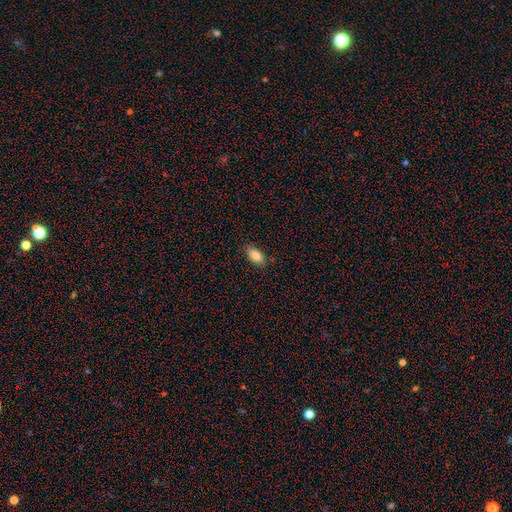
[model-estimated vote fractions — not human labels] Q: Smooth or featured?
A: smooth (84%); runner-up: featured or disk (9%)
Q: How rounded?
A: in between (92%); runner-up: cigar-shaped (5%)
Q: Merging?
A: none (85%); runner-up: minor disturbance (12%)